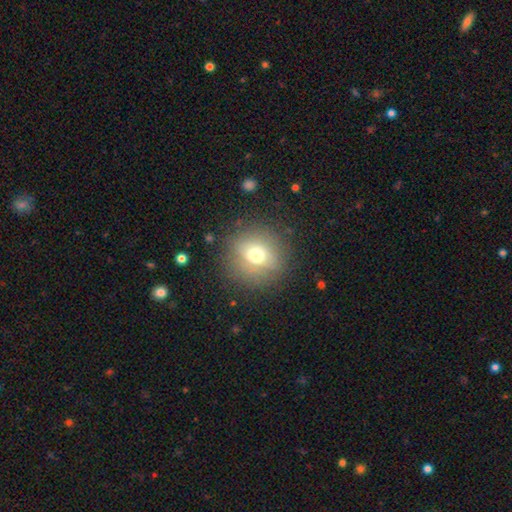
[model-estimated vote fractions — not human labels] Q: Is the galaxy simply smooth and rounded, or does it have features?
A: smooth — 67%.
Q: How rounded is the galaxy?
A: round — 86%.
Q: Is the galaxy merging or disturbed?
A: none — 82%.